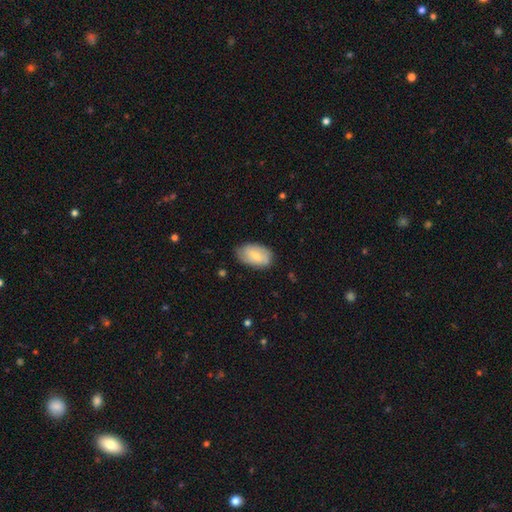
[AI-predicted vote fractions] Smooth or featured? smooth (65%)
How rounded? in between (93%)
Merging? none (75%)